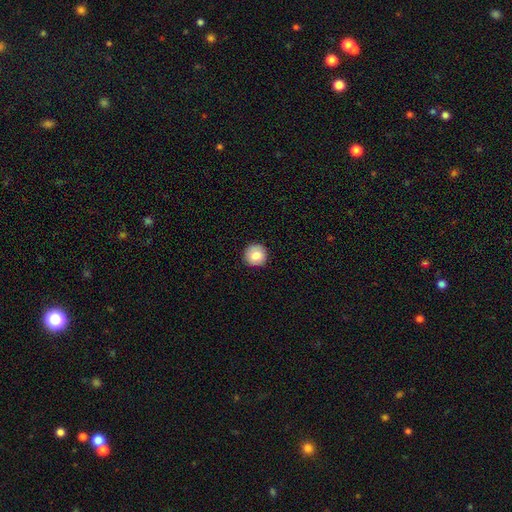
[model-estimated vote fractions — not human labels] Overall: smooth (84%). How rounded: round (95%). Merging: none (90%).